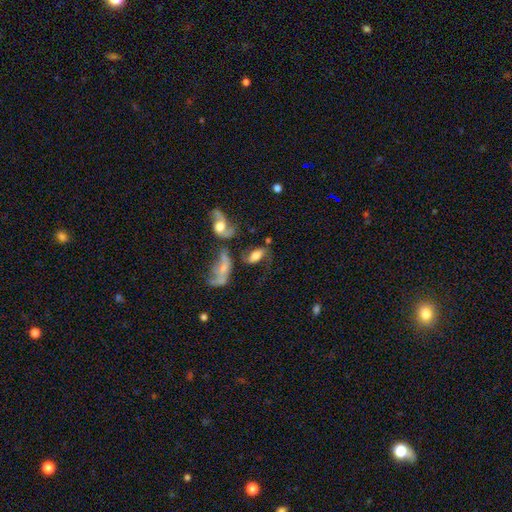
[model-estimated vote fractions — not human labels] Smooth or featured? Predicted: smooth (p=0.49). Merging? Predicted: none (p=0.33).